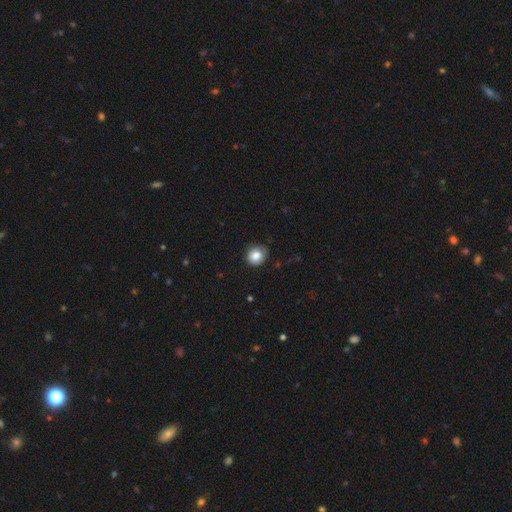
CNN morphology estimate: smooth-or-featured: smooth: 83% | star or artifact: 9% | featured or disk: 8%
  how-rounded: round: 83% | in between: 16% | cigar-shaped: 1%
  merging: none: 81% | minor disturbance: 15% | major disturbance: 3% | merger: 1%